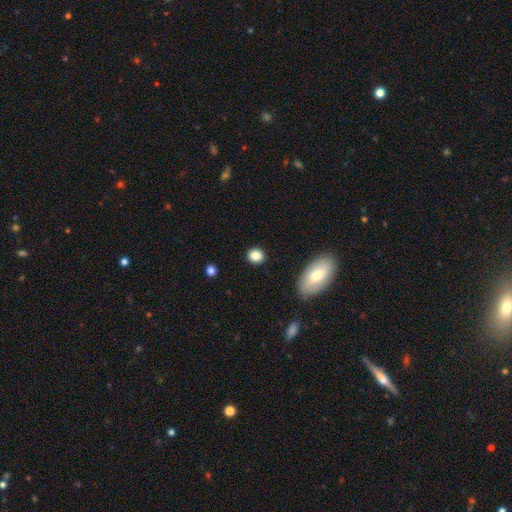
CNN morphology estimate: Smooth or featured? Predicted: smooth (p=0.85). How rounded? Predicted: round (p=0.74). Merging? Predicted: none (p=0.89).